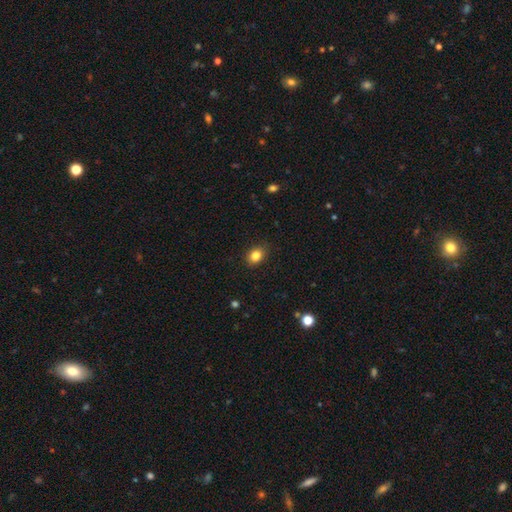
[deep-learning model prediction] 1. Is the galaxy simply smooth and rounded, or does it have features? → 84% smooth, 10% star or artifact, 6% featured or disk.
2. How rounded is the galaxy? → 54% in between, 45% round, 1% cigar-shaped.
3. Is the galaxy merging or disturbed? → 86% none, 10% minor disturbance, 2% major disturbance, 1% merger.